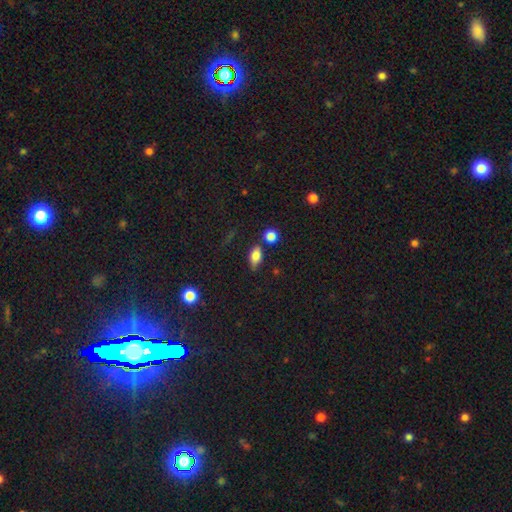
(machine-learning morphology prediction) Overall: smooth (78%). How rounded: in between (83%). Merging: none (68%).